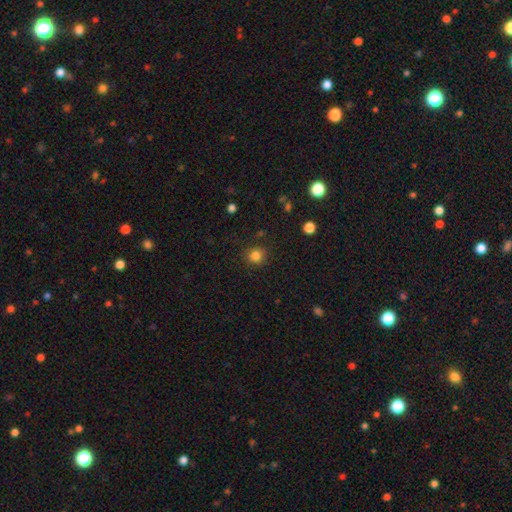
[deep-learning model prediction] The model was most divided on "smooth or featured": smooth: 83%, star or artifact: 12%, featured or disk: 4%. More confident: how rounded — round (88%); merging — none (87%).